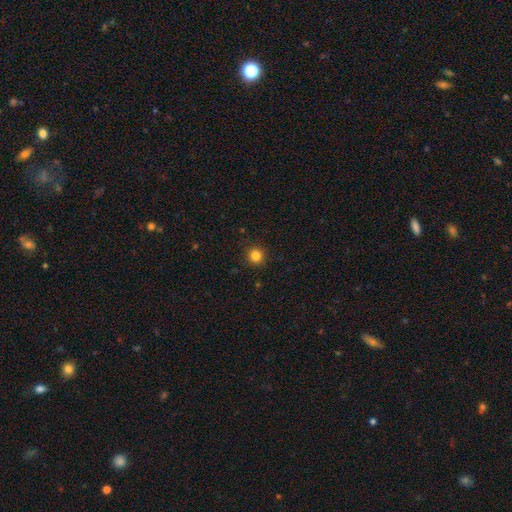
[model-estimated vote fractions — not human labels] smooth 83%, star or artifact 13%, featured or disk 4%. Down the decision tree: how rounded — round (94%); merging — none (92%).